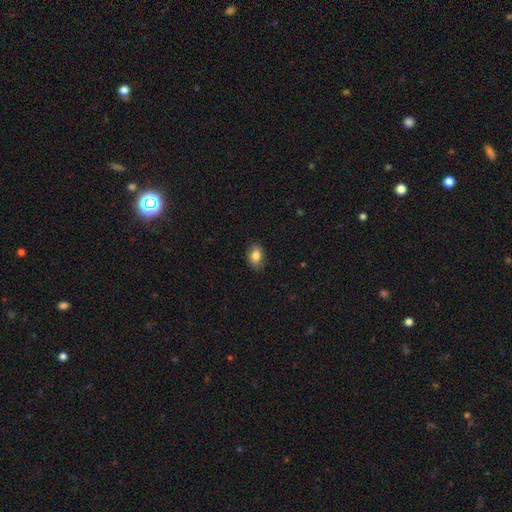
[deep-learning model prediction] The model was most divided on "how rounded": in between: 81%, round: 18%, cigar-shaped: 1%. More confident: merging — none (85%); smooth or featured — smooth (84%).